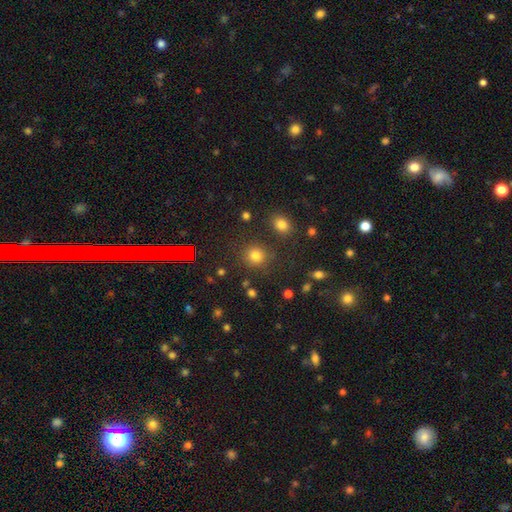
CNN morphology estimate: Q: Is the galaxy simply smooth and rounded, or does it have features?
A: smooth — 76%.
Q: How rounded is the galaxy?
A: round — 90%.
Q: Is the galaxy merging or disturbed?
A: none — 83%.